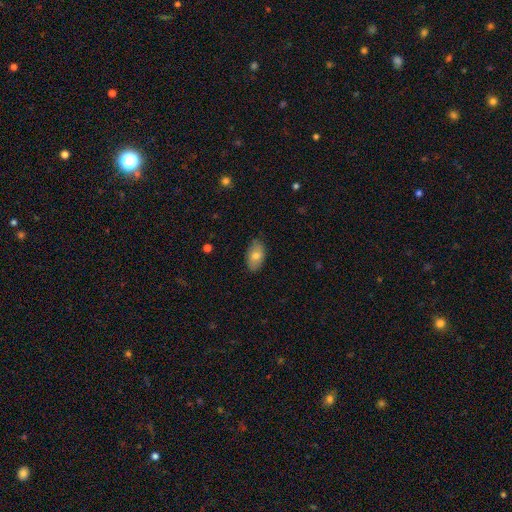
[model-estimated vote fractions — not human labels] Smooth or featured: smooth — 75% (featured or disk — 18%)
How rounded: in between — 93% (round — 5%)
Merging: none — 82% (minor disturbance — 14%)